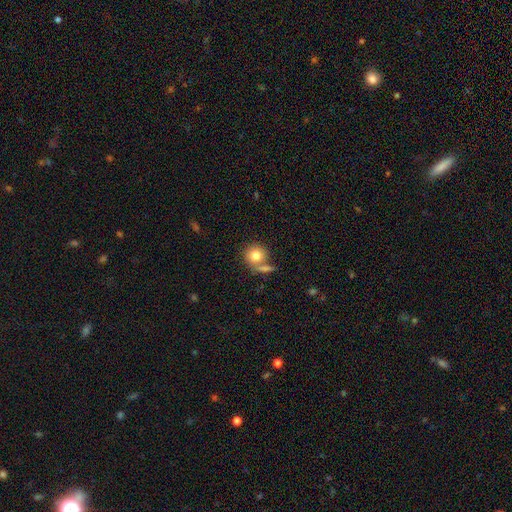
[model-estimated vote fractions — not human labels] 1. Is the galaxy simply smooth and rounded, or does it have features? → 79% smooth, 12% featured or disk, 9% star or artifact.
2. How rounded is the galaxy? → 88% round, 11% in between, 1% cigar-shaped.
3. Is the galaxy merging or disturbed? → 58% none, 25% merger, 12% minor disturbance, 5% major disturbance.